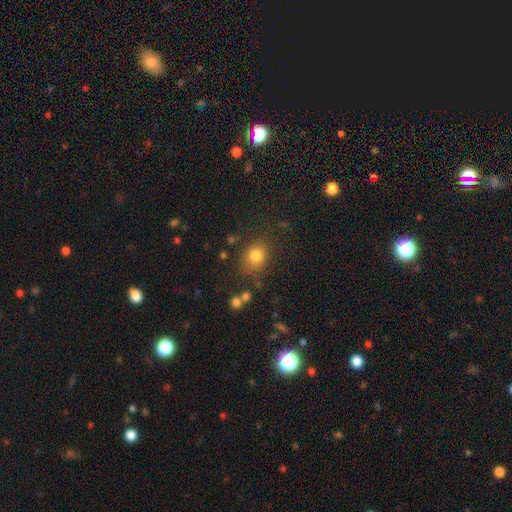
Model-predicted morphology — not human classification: smooth_or_featured: smooth (p=0.79) [alt: star or artifact p=0.13]
how_rounded: round (p=0.62) [alt: in between p=0.37]
merging: none (p=0.77) [alt: minor disturbance p=0.14]